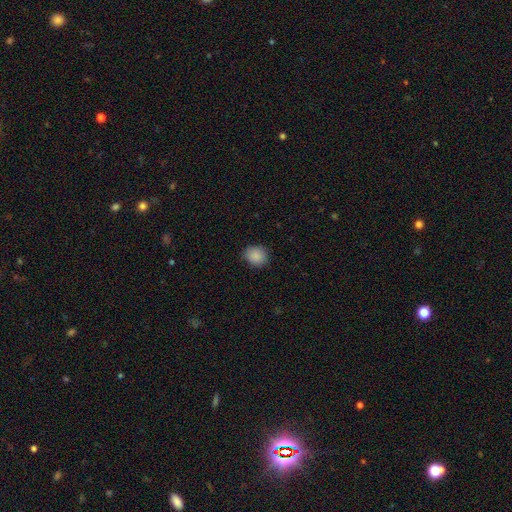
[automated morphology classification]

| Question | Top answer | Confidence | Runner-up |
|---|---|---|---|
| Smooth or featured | smooth | 87% | star or artifact (9%) |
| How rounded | round | 76% | in between (23%) |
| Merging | none | 84% | minor disturbance (13%) |